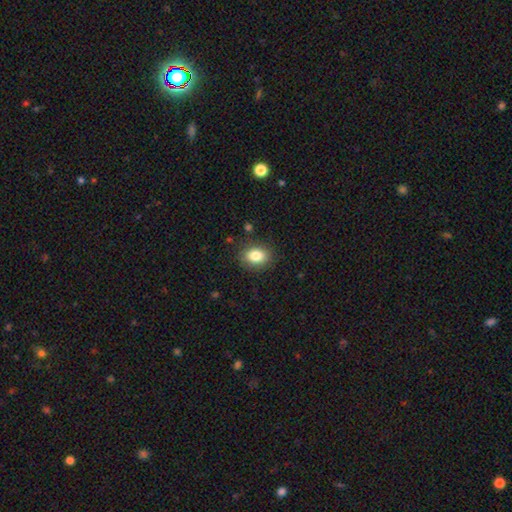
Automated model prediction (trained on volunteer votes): Smooth or featured? smooth (83%)
How rounded? in between (61%)
Merging? none (86%)